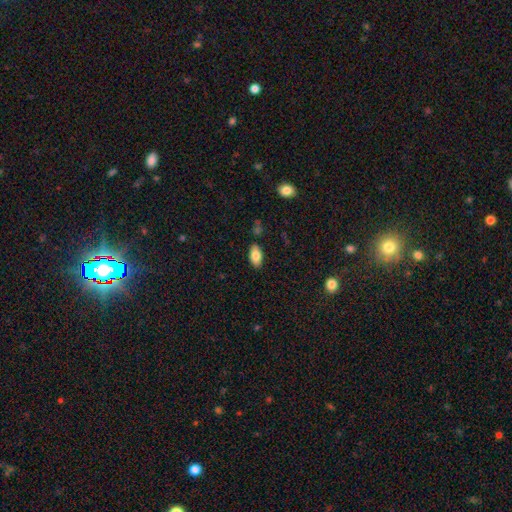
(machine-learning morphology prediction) Smooth or featured? smooth (84%)
How rounded? in between (93%)
Merging? none (85%)